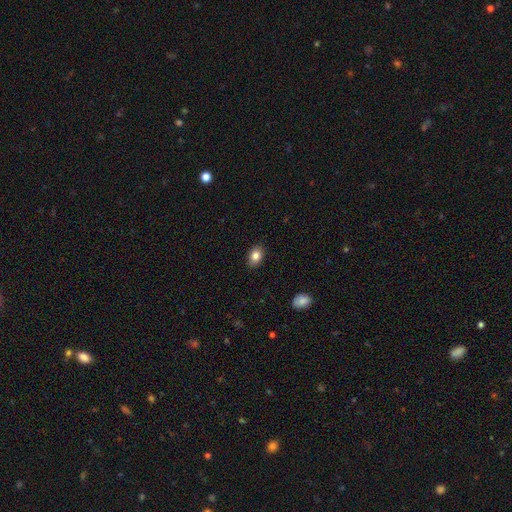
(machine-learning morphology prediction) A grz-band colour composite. It shows a smooth galaxy with no disk features (84%) that is in between round and cigar-shaped (82%). Merging: none (88%).